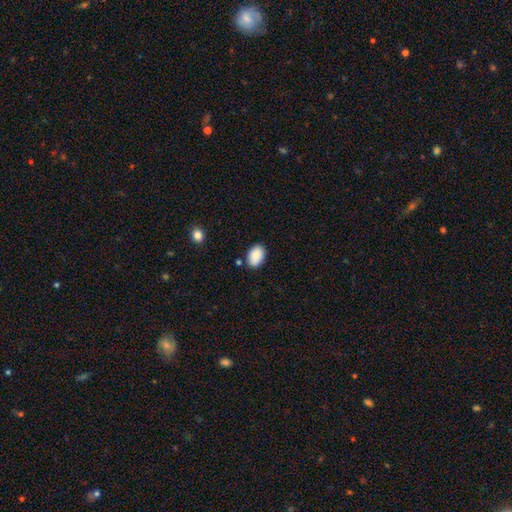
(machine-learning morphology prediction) type=smooth (89%); roundness=in between (86%); merging=none (83%).